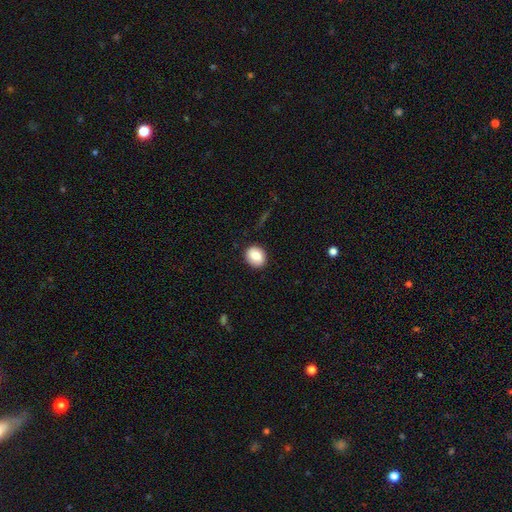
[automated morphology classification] smooth-or-featured: smooth: 81% | featured or disk: 11% | star or artifact: 8%
  how-rounded: round: 61% | in between: 38% | cigar-shaped: 1%
  merging: none: 86% | minor disturbance: 10% | major disturbance: 3% | merger: 1%